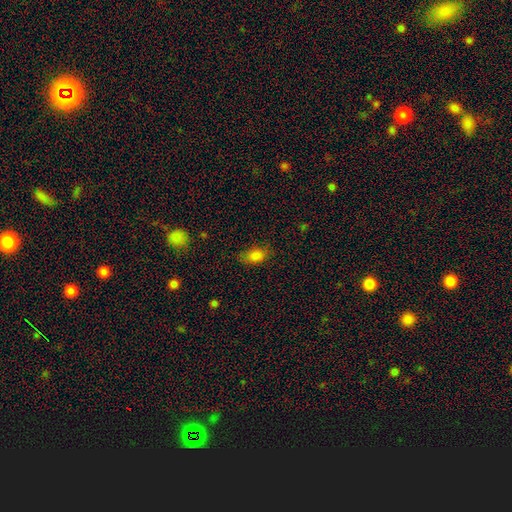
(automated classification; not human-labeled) Smooth or featured: smooth — 82% (star or artifact — 12%)
How rounded: in between — 86% (round — 11%)
Merging: none — 72% (minor disturbance — 21%)